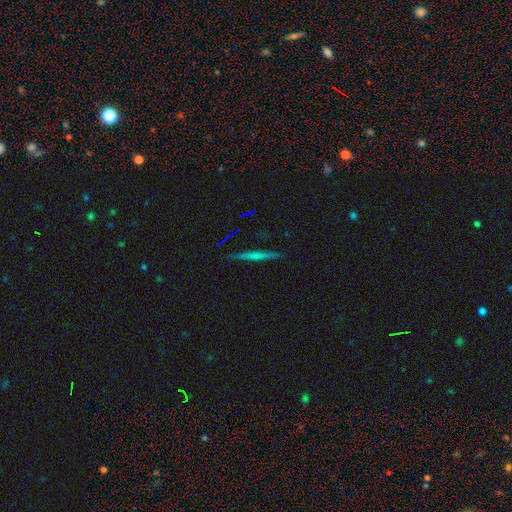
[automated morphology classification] Q: Smooth or featured?
A: featured or disk (54%); runner-up: smooth (36%)
Q: Edge-on disk?
A: yes (97%); runner-up: no (3%)
Q: Edge-on bulge?
A: none (61%); runner-up: rounded (27%)
Q: Merging?
A: none (91%); runner-up: minor disturbance (7%)